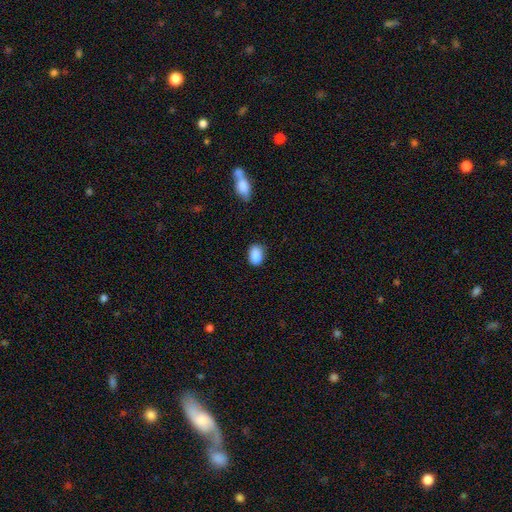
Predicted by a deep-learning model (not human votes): A smooth galaxy with no disk features (88%) that is in between round and cigar-shaped (81%). Merging: none (77%).